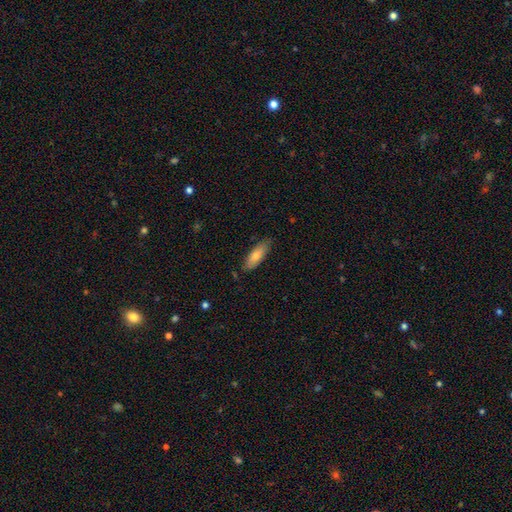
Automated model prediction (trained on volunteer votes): This is likely a smooth galaxy (73%). How rounded: possibly in between (53%). Merging: clearly none (82%).